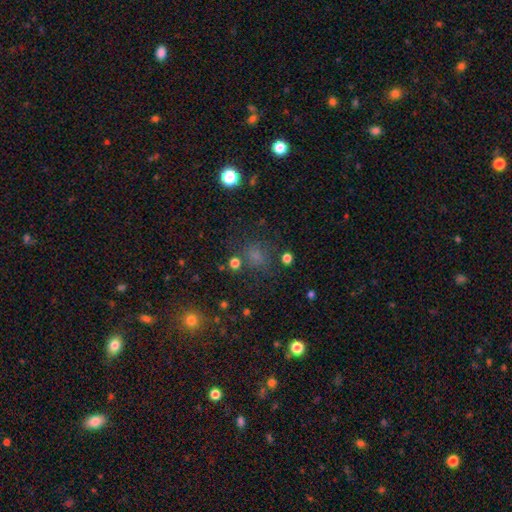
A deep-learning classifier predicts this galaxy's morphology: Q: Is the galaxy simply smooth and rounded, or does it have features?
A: smooth — 59%.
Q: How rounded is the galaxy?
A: round — 70%.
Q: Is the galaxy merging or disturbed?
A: none — 71%.